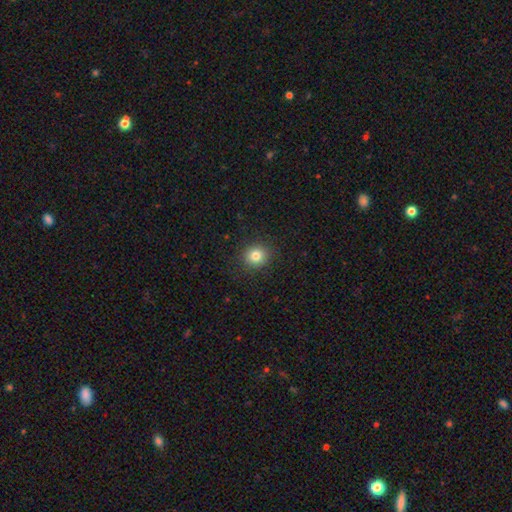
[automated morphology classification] Smooth or featured?
  - smooth: 81% *
  - star or artifact: 12%
  - featured or disk: 7%
How rounded?
  - round: 86% *
  - in between: 13%
  - cigar-shaped: 1%
Merging?
  - none: 90% *
  - minor disturbance: 7%
  - major disturbance: 2%
  - merger: 1%